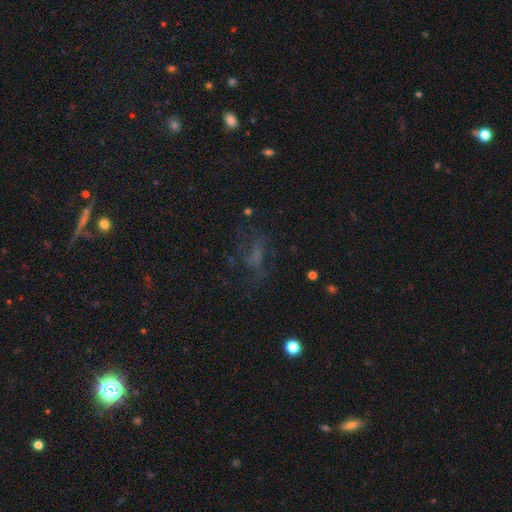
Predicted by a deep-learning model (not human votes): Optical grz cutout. It shows a featured or disk galaxy (37%). Merging: none (54%).